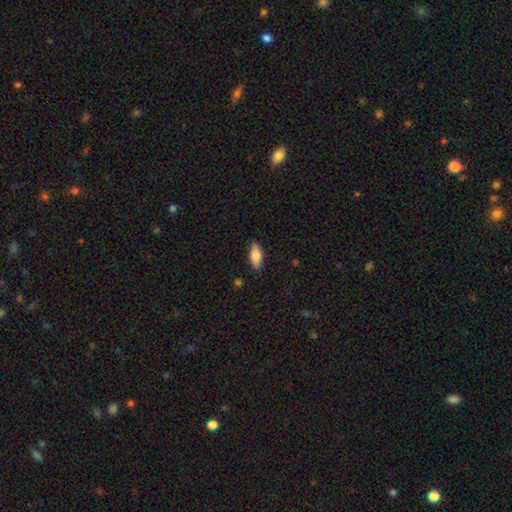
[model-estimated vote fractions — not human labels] This appears to be a smooth galaxy with no disk features (72%) that is in between round and cigar-shaped (77%). Merging: none (86%).